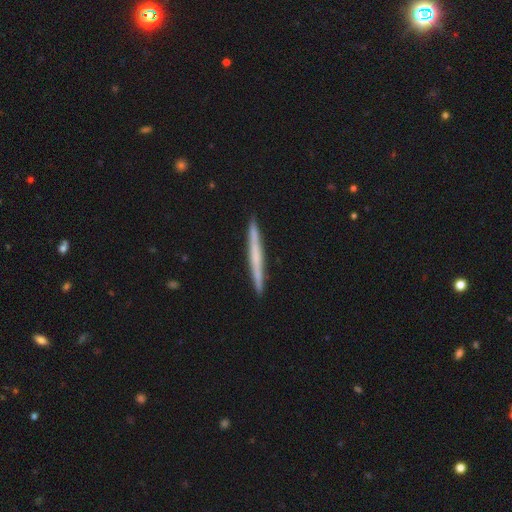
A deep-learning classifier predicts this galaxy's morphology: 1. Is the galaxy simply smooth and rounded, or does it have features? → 50% featured or disk, 44% smooth, 6% star or artifact.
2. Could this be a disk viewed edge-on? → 97% yes, 3% no.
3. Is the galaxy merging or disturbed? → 92% none, 5% minor disturbance, 1% major disturbance, 1% merger.